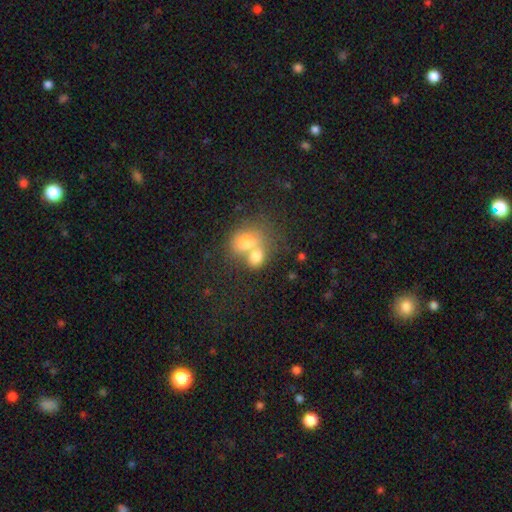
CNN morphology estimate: Smooth or featured?
  - smooth: 70% *
  - featured or disk: 20%
  - star or artifact: 10%
How rounded?
  - in between: 55% *
  - round: 44%
  - cigar-shaped: 1%
Merging?
  - merger: 68% *
  - none: 21%
  - minor disturbance: 7%
  - major disturbance: 4%